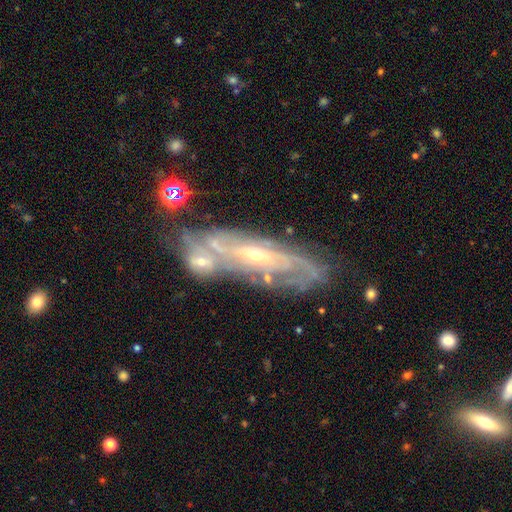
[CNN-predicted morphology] smooth-or-featured: featured or disk: 83% | smooth: 10% | star or artifact: 7%
  disk-edge-on: no: 73% | yes: 27%
    bar: no: 49% | weak: 31% | strong: 20%
    has-spiral-arms: yes: 84% | no: 16%
      spiral-winding: tight: 56% | medium: 32% | loose: 12%
      spiral-arm-count: can't tell: 47% | 2: 33% | 3: 8% | 4: 4% | 1: 4% | more than 4: 4%
    bulge-size: small: 67% | moderate: 30% | none: 1% | large: 1% | dominant: 1%
  merging: none: 59% | minor disturbance: 17% | merger: 16% | major disturbance: 7%